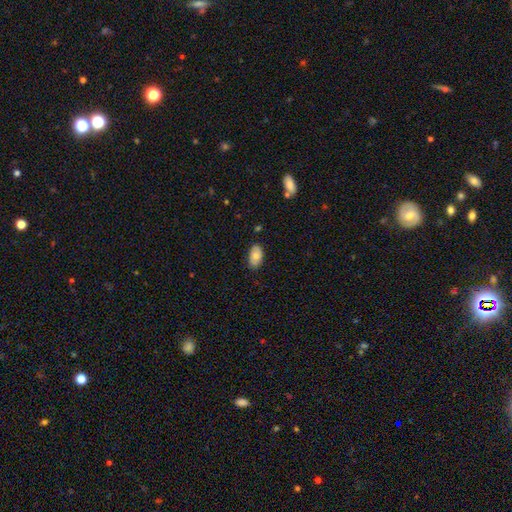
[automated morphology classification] type=smooth (76%); roundness=in between (94%); merging=none (82%).